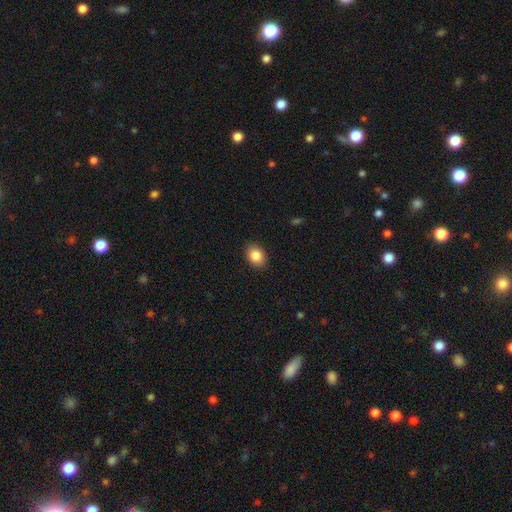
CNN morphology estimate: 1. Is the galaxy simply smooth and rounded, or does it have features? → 88% smooth, 8% star or artifact, 5% featured or disk.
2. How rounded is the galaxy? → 68% in between, 31% round, 1% cigar-shaped.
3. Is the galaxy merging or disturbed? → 88% none, 9% minor disturbance, 2% major disturbance, 1% merger.